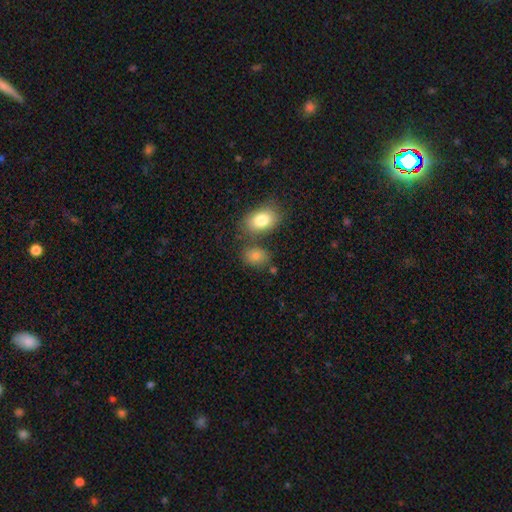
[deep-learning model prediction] The model was most divided on "how rounded": in between: 72%, round: 27%, cigar-shaped: 1%. More confident: smooth or featured — smooth (80%); merging — none (63%).